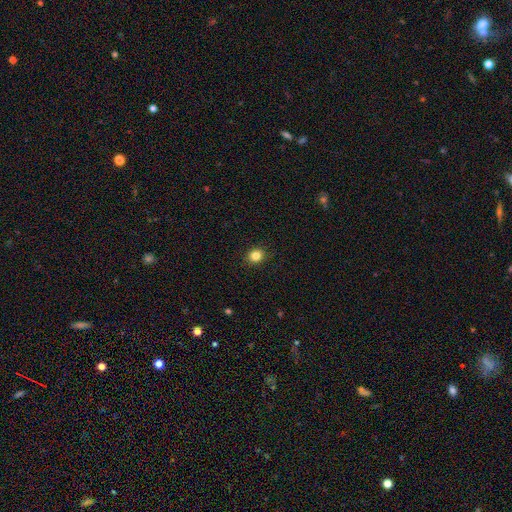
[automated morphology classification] Smooth or featured: smooth — 83% (star or artifact — 11%)
How rounded: round — 78% (in between — 21%)
Merging: none — 90% (minor disturbance — 7%)